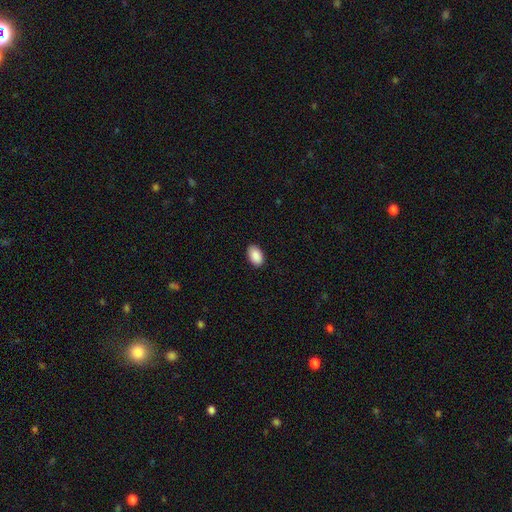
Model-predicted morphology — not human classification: Smooth or featured? Predicted: smooth (p=0.90). How rounded? Predicted: in between (p=0.94). Merging? Predicted: none (p=0.89).